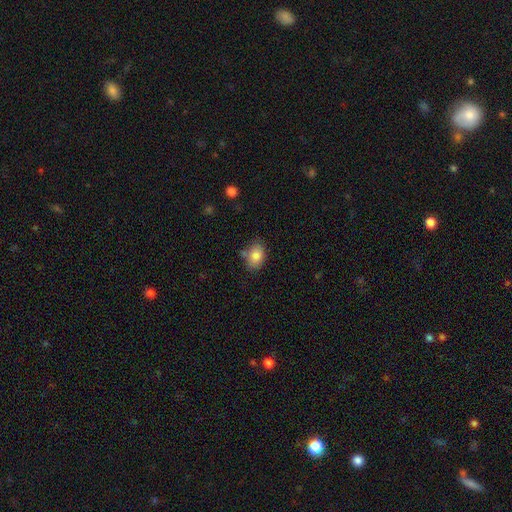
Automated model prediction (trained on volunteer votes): A smooth galaxy with no disk features (84%) that is in between round and cigar-shaped (79%). Merging: none (72%).